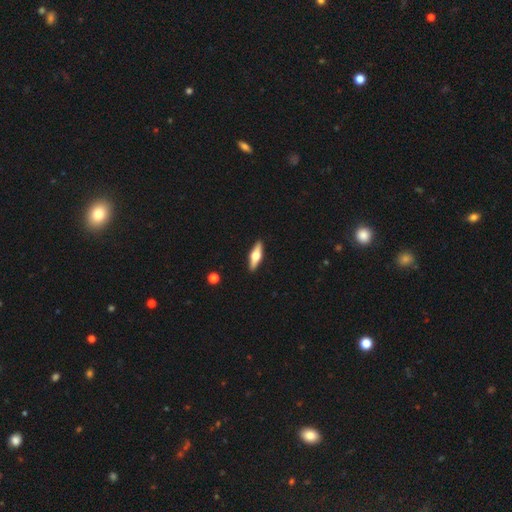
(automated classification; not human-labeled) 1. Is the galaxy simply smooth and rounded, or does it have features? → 52% featured or disk, 42% smooth, 5% star or artifact.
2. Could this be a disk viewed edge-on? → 92% yes, 8% no.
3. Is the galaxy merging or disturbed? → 91% none, 6% minor disturbance, 1% major disturbance, 1% merger.